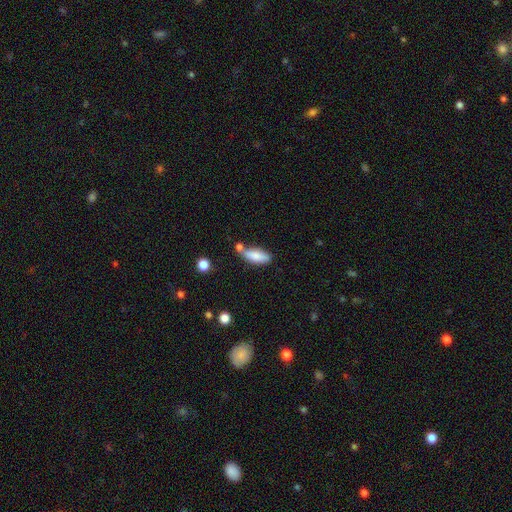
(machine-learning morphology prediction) This is clearly a smooth galaxy (80%). How rounded: likely in between (68%). Merging: possibly none (56%).